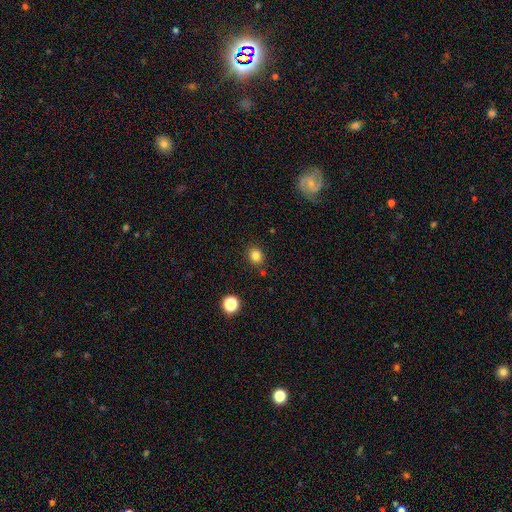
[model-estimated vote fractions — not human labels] smooth 81%, star or artifact 13%, featured or disk 6%. Down the decision tree: how rounded — round (71%); merging — none (85%).